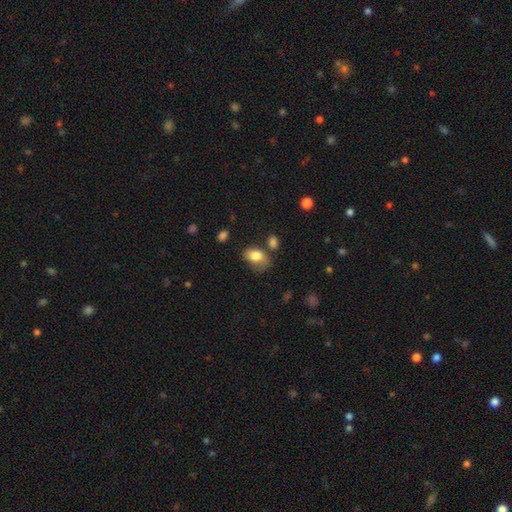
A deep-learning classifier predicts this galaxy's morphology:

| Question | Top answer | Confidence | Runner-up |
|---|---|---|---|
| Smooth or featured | smooth | 80% | featured or disk (12%) |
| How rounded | in between | 84% | round (15%) |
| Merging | none | 43% | minor disturbance (30%) |